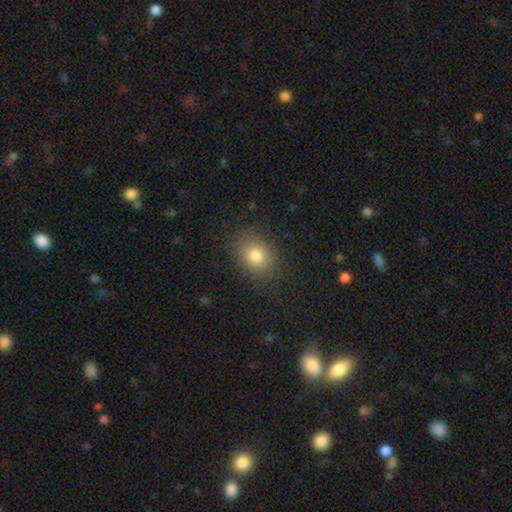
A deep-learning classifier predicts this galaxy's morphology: smooth_or_featured: smooth (p=0.80) [alt: star or artifact p=0.11]
how_rounded: in between (p=0.57) [alt: round p=0.42]
merging: none (p=0.84) [alt: minor disturbance p=0.11]